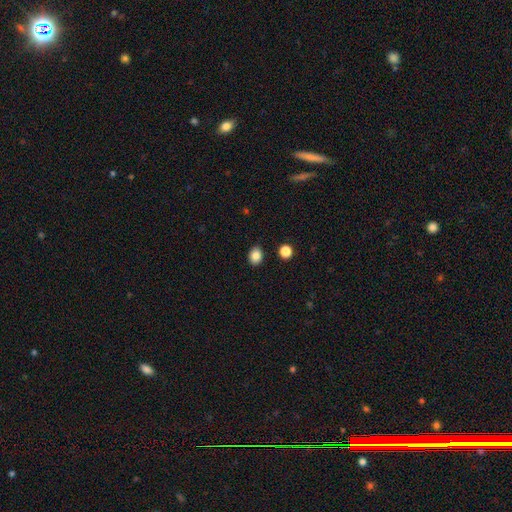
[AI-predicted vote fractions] smooth-or-featured: smooth: 86% | star or artifact: 10% | featured or disk: 5%
  how-rounded: in between: 60% | round: 39% | cigar-shaped: 1%
  merging: none: 88% | minor disturbance: 8% | merger: 2% | major disturbance: 2%